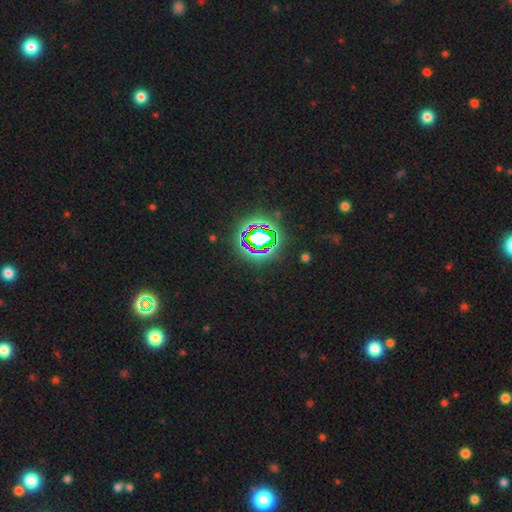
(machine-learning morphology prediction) Smooth or featured: star or artifact — 76% (smooth — 15%)